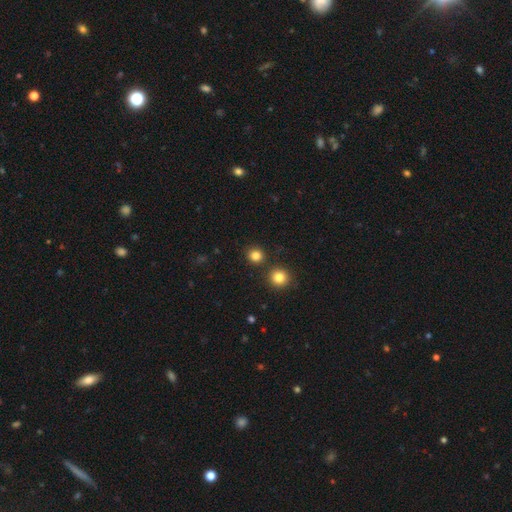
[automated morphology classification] Smooth or featured: smooth — 82% (star or artifact — 13%)
How rounded: round — 91% (in between — 8%)
Merging: none — 85% (merger — 7%)